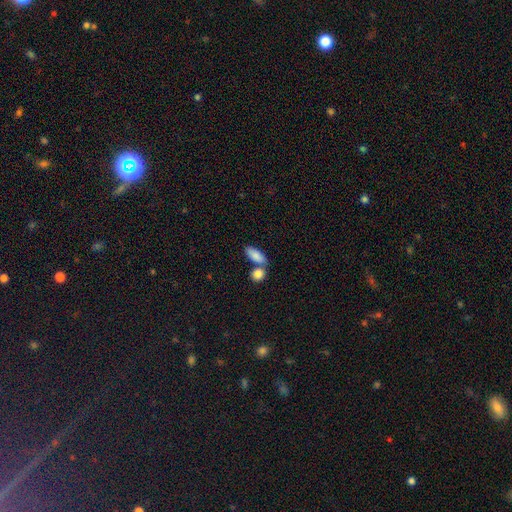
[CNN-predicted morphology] Smooth or featured? Predicted: smooth (p=0.86). How rounded? Predicted: in between (p=0.82). Merging? Predicted: none (p=0.52).